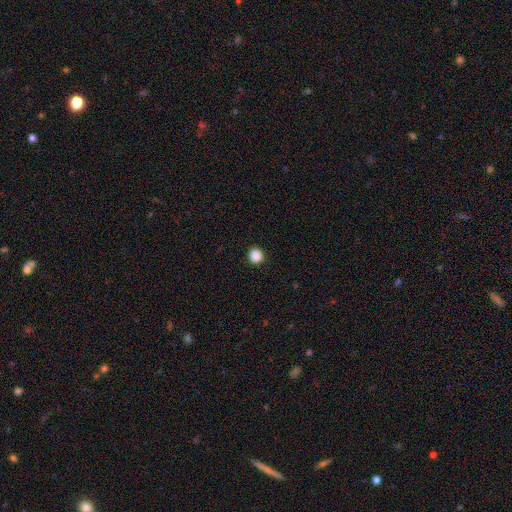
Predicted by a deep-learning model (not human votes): A smooth galaxy with no disk features (88%) that is round (90%). Merging: none (92%).